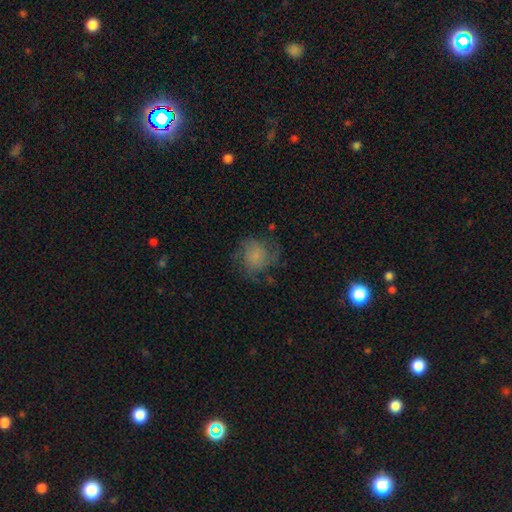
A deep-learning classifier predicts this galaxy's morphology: Smooth or featured?
  - smooth: 53% *
  - featured or disk: 36%
  - star or artifact: 11%
How rounded?
  - round: 76% *
  - in between: 23%
  - cigar-shaped: 1%
Merging?
  - none: 58% *
  - minor disturbance: 23%
  - major disturbance: 18%
  - merger: 2%